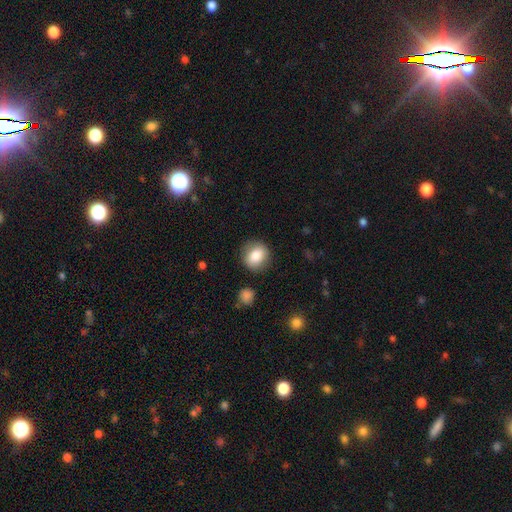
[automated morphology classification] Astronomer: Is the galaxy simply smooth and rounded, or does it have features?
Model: smooth — 81%.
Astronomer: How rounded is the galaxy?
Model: round — 77%.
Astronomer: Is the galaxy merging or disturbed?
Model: none — 85%.